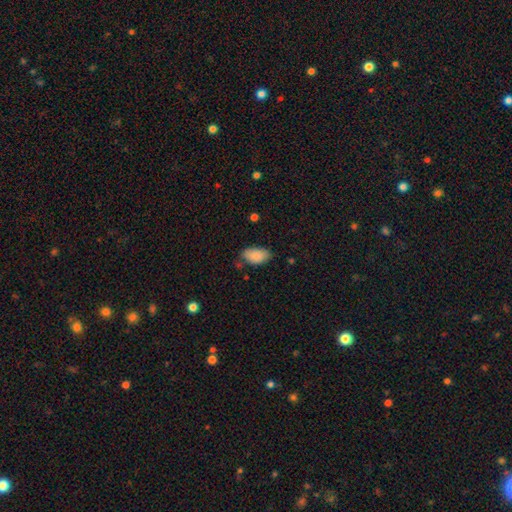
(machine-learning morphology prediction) A smooth galaxy with no disk features (88%) that is in between round and cigar-shaped (94%). Merging: none (69%).